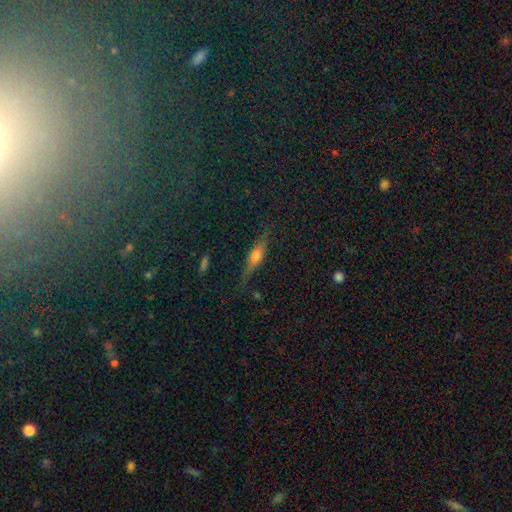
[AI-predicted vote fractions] Smooth or featured? featured or disk (49%)
Merging? none (78%)